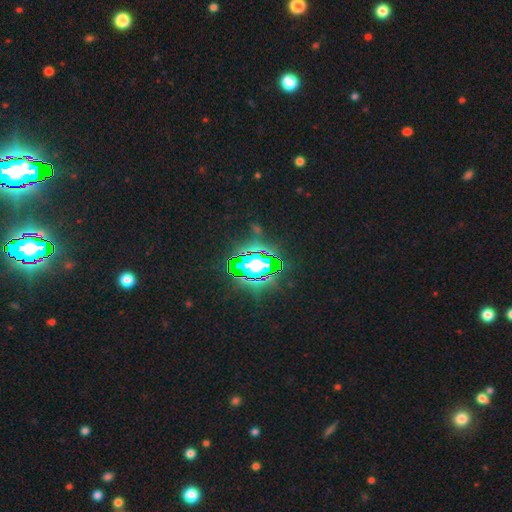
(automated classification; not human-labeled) Smooth or featured: star or artifact — 85% (smooth — 9%)